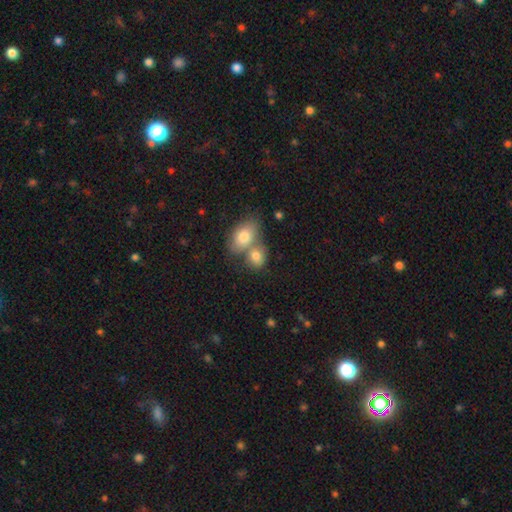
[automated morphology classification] Overall: smooth (79%). How rounded: in between (64%; round 35%). Merging: merger (57%; none 31%).